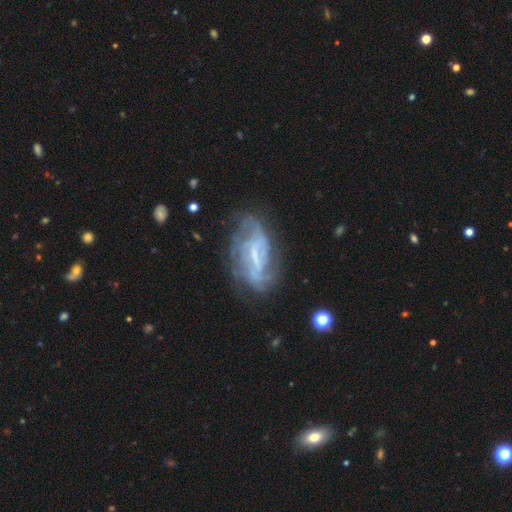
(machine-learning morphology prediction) type=featured or disk (80%); edge-on=no (94%); bar=weak (43%); spiral arms=yes (85%); winding=tight (41%); arm count=can't tell (40%); bulge=small (48%); merging=none (60%).